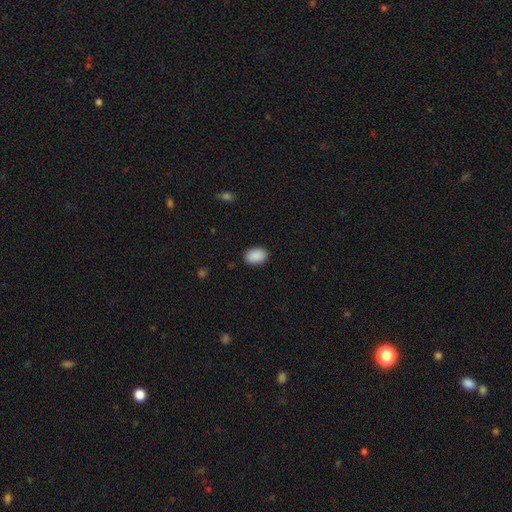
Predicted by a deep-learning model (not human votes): Smooth or featured? smooth (91%)
How rounded? in between (87%)
Merging? none (88%)